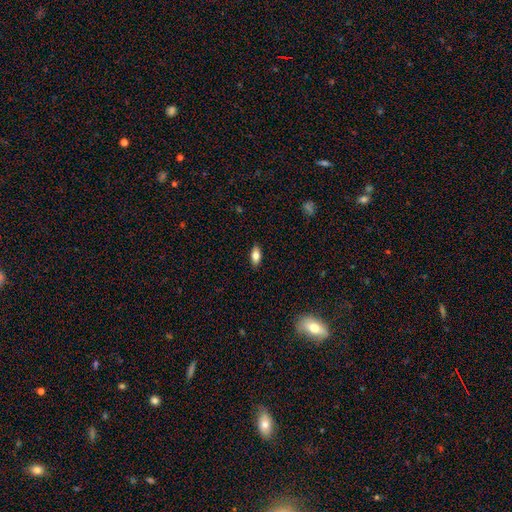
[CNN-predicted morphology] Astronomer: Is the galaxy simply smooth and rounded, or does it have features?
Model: smooth — 78%.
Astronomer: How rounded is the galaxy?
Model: in between — 86%.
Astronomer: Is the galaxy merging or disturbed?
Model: none — 88%.